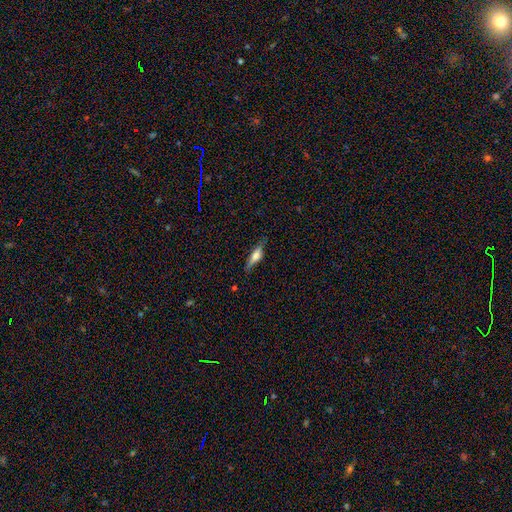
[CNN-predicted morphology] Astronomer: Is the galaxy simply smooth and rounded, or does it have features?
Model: smooth — 48% (runner-up: featured or disk, 45%).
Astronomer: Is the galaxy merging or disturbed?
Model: none — 76%.